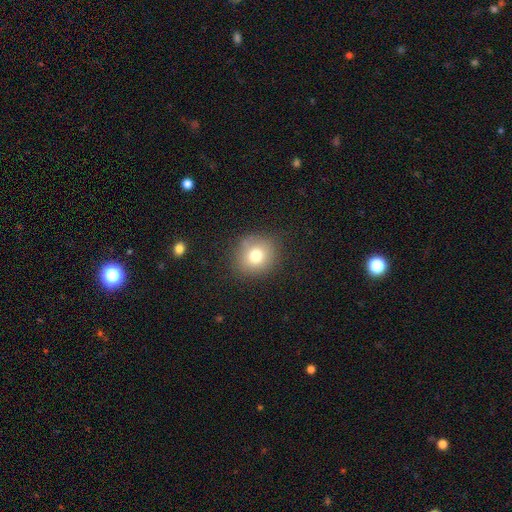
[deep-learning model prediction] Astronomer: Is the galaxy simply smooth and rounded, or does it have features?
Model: smooth — 75%.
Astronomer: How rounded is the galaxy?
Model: round — 83%.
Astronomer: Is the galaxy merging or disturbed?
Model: none — 84%.